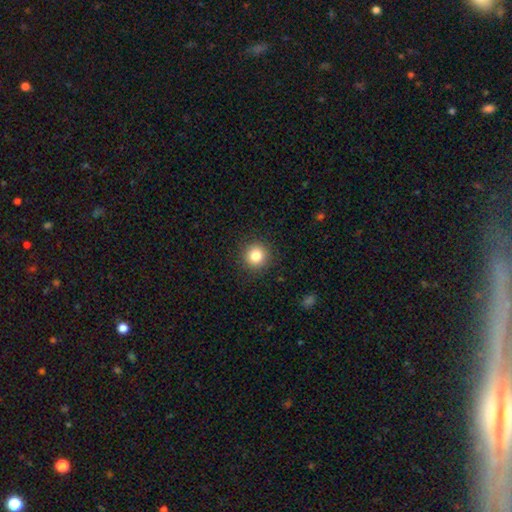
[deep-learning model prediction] Overall: smooth (83%). How rounded: round (94%). Merging: none (91%).